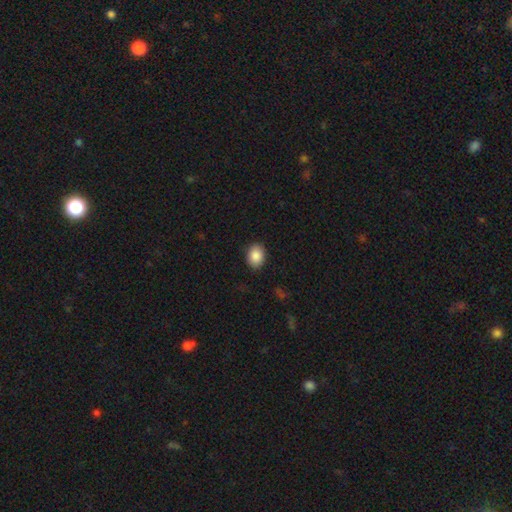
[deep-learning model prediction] This is clearly a smooth galaxy (88%). How rounded: likely in between (64%). Merging: clearly none (88%).